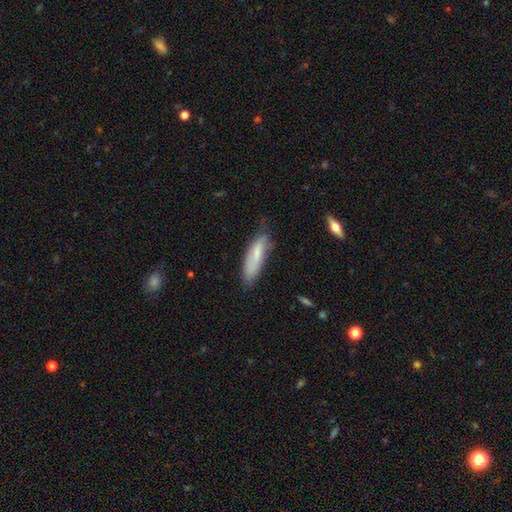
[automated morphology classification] Smooth or featured? smooth (68%)
How rounded? cigar-shaped (61%)
Merging? none (63%)